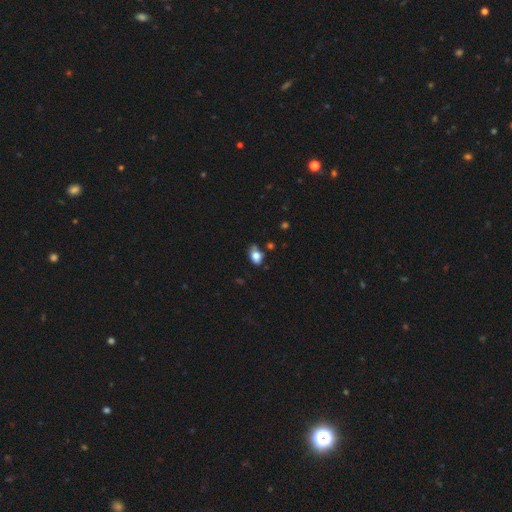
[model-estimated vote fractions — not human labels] Smooth or featured: smooth — 79% (featured or disk — 12%)
How rounded: in between — 77% (round — 21%)
Merging: none — 62% (minor disturbance — 26%)